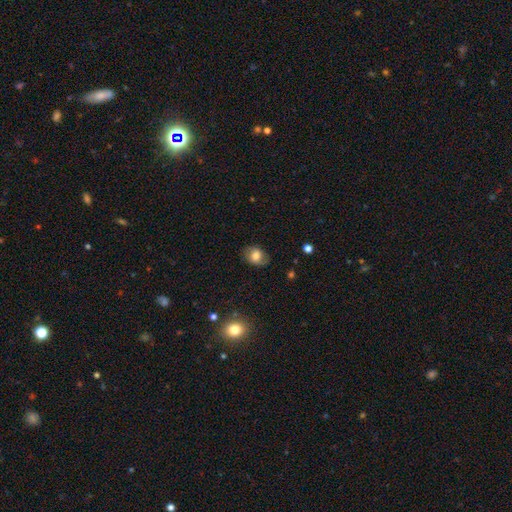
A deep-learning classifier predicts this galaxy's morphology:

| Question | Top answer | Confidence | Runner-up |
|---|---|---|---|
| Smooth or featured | smooth | 68% | featured or disk (22%) |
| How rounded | in between | 61% | round (38%) |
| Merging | none | 75% | minor disturbance (18%) |